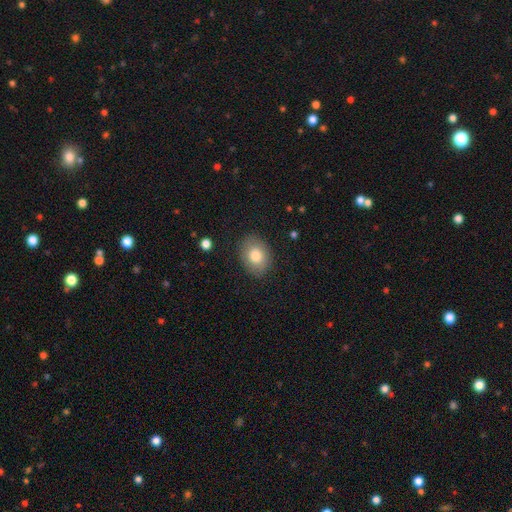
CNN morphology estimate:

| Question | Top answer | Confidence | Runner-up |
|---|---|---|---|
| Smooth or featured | smooth | 79% | featured or disk (13%) |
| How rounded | in between | 65% | round (34%) |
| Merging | none | 85% | minor disturbance (11%) |